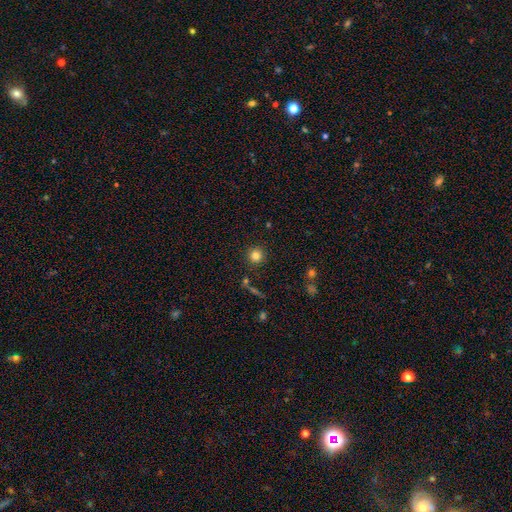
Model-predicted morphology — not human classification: smooth 81%, star or artifact 13%, featured or disk 7%. Down the decision tree: how rounded — round (94%); merging — none (88%).